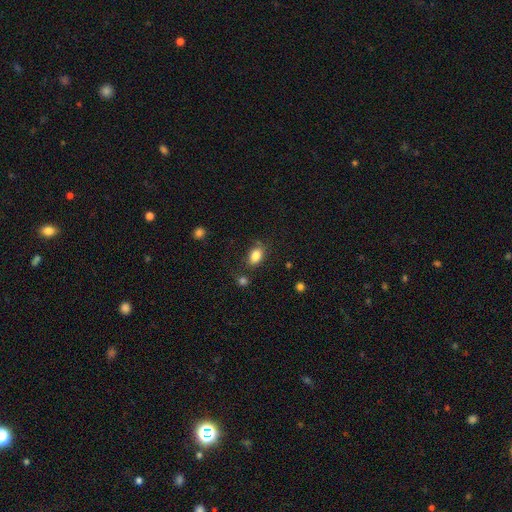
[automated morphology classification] Overall: smooth (84%). How rounded: in between (87%). Merging: none (72%).